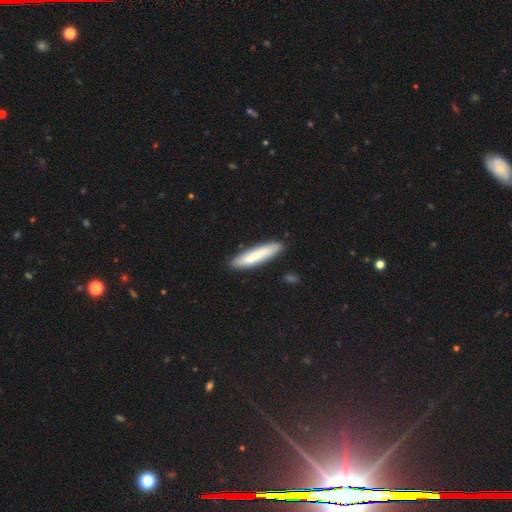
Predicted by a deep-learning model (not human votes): Overall: smooth (77%). How rounded: cigar-shaped (88%). Merging: none (87%).